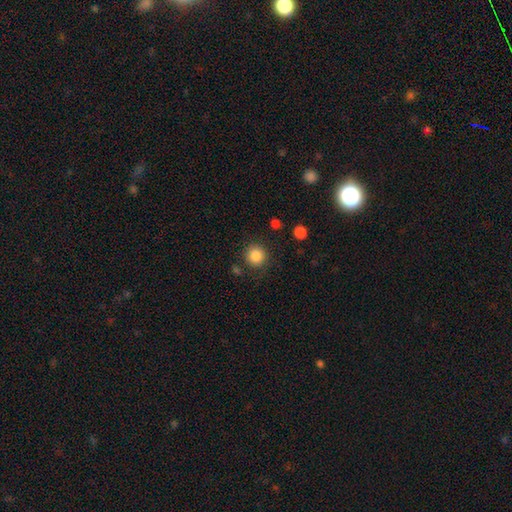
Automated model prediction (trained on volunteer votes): Morphology: type=smooth (86%); roundness=round (92%); merging=none (85%).